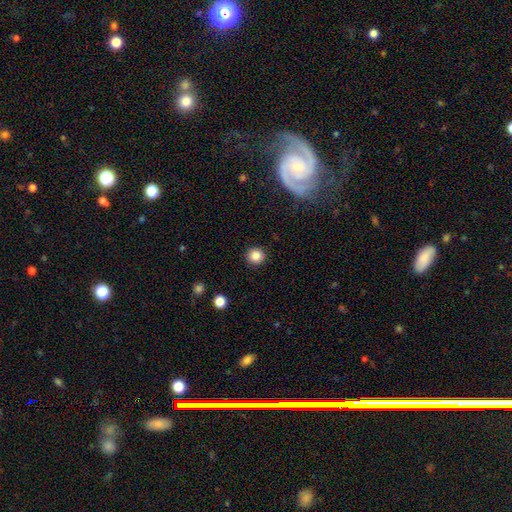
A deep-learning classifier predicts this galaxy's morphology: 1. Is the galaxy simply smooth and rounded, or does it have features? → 85% smooth, 11% star or artifact, 5% featured or disk.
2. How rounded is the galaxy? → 93% round, 6% in between, 1% cigar-shaped.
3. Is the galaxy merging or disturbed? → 91% none, 6% minor disturbance, 2% major disturbance, 1% merger.